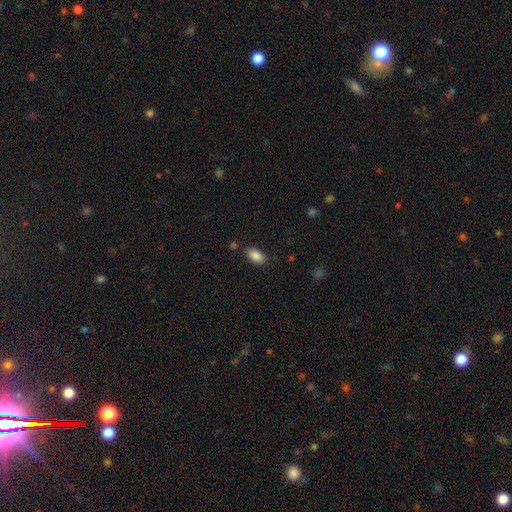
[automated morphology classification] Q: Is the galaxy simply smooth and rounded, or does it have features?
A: smooth — 88%.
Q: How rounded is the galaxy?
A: in between — 93%.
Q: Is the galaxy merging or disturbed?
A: none — 82%.